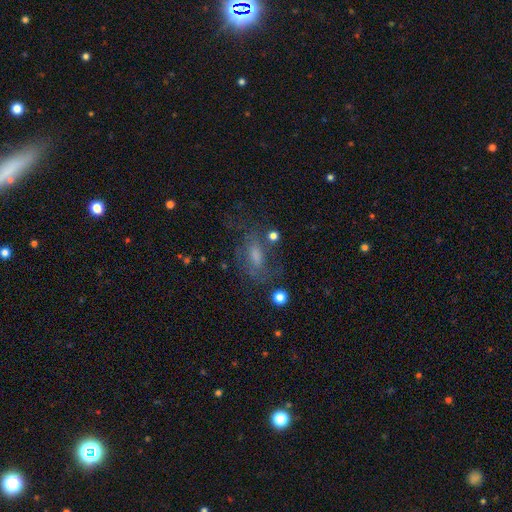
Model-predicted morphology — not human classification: Smooth or featured?
  - featured or disk: 45% *
  - smooth: 39%
  - star or artifact: 16%
Merging?
  - none: 55% *
  - major disturbance: 21%
  - minor disturbance: 20%
  - merger: 4%